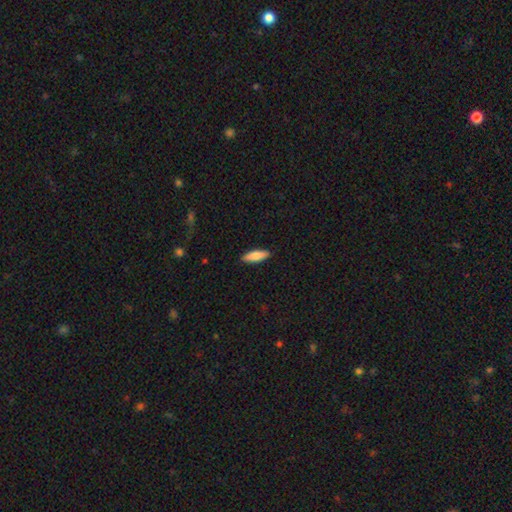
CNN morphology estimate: Smooth or featured?
  - smooth: 83% *
  - featured or disk: 11%
  - star or artifact: 5%
How rounded?
  - in between: 50% *
  - cigar-shaped: 48%
  - round: 2%
Merging?
  - none: 90% *
  - minor disturbance: 8%
  - major disturbance: 2%
  - merger: 1%